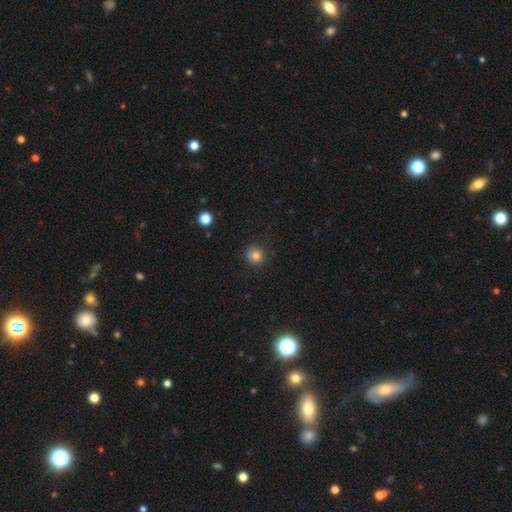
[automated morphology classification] Smooth or featured? Predicted: smooth (p=0.79). How rounded? Predicted: round (p=0.90). Merging? Predicted: none (p=0.84).